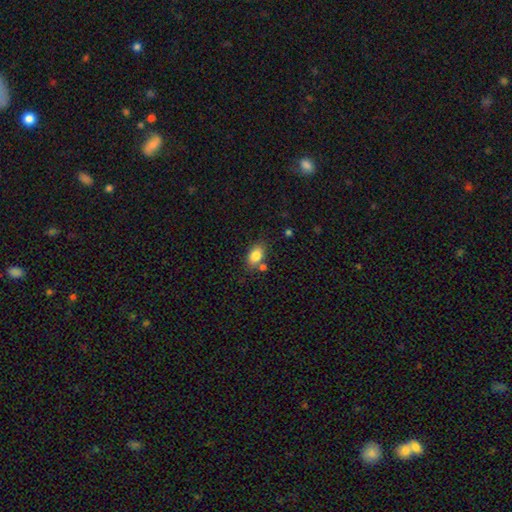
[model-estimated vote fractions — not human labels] Morphology: type=smooth (84%); roundness=in between (86%); merging=none (69%).